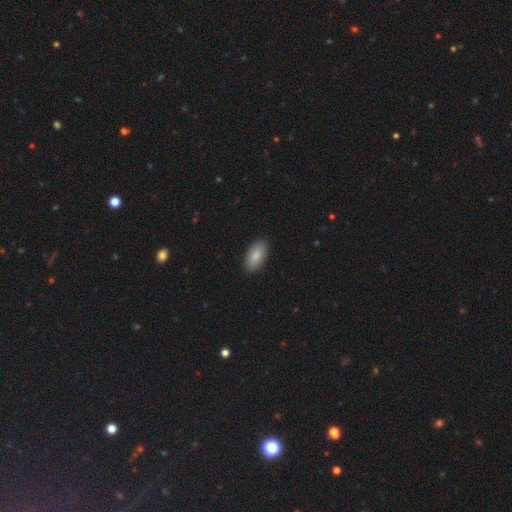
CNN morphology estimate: Overall: smooth (87%). How rounded: in between (94%). Merging: none (89%).